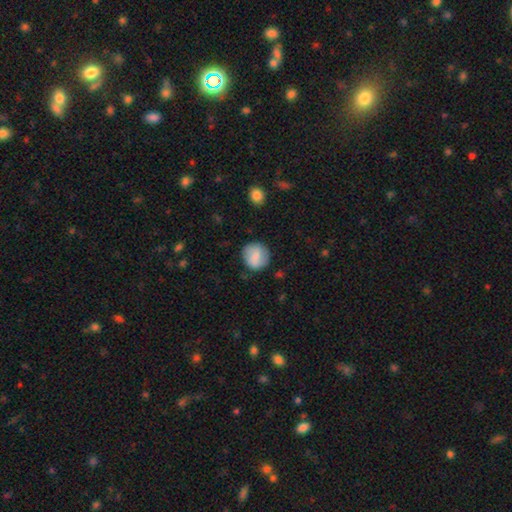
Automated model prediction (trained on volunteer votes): Smooth or featured? smooth (79%)
How rounded? round (88%)
Merging? none (83%)